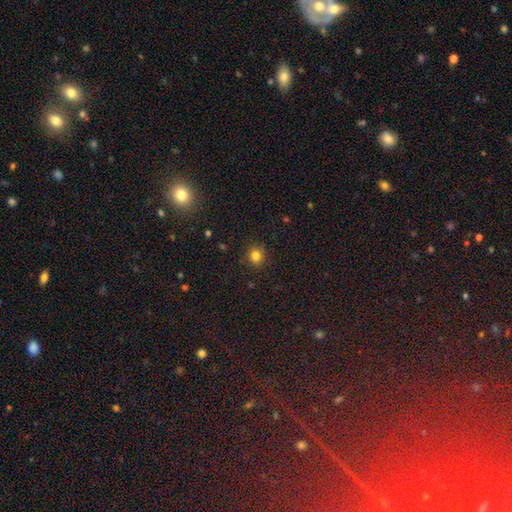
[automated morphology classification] Smooth or featured? smooth (82%)
How rounded? round (88%)
Merging? none (88%)